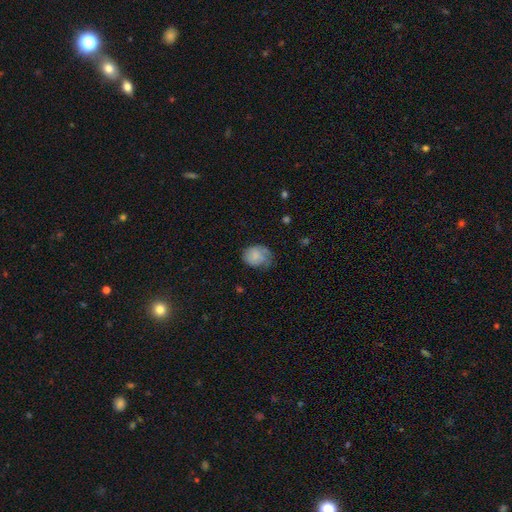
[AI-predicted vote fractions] Smooth or featured: smooth — 71% (featured or disk — 21%)
How rounded: round — 54% (in between — 45%)
Merging: none — 47% (minor disturbance — 35%)